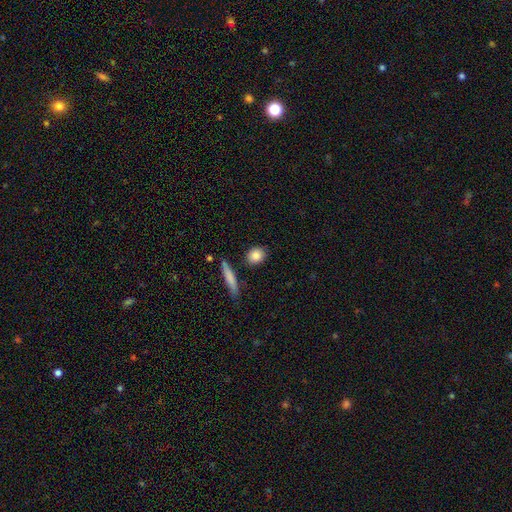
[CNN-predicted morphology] Smooth or featured: smooth — 85% (featured or disk — 8%)
How rounded: round — 57% (in between — 36%)
Merging: none — 83% (minor disturbance — 10%)